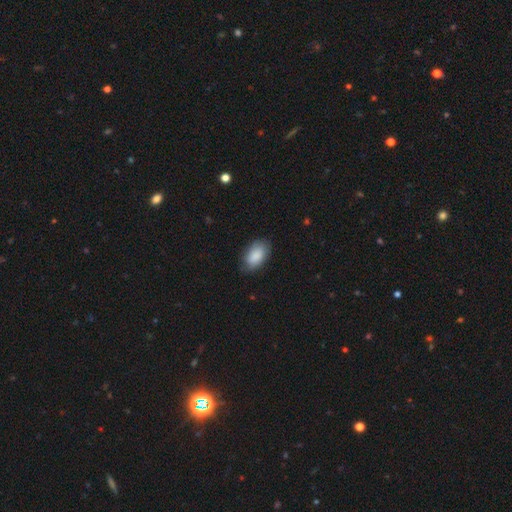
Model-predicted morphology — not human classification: smooth_or_featured: smooth (p=0.89) [alt: star or artifact p=0.06]
how_rounded: in between (p=0.93) [alt: round p=0.05]
merging: none (p=0.81) [alt: minor disturbance p=0.15]